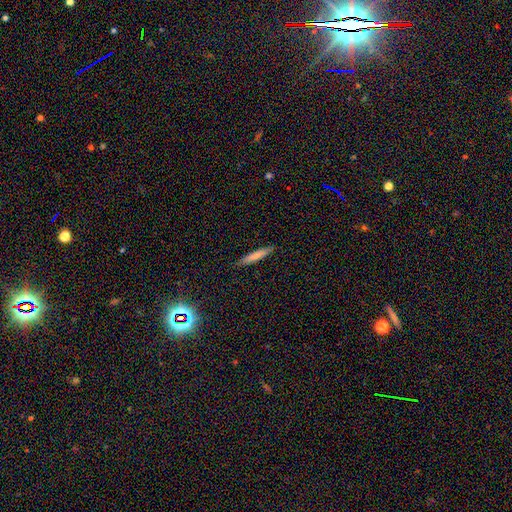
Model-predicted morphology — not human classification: A smooth galaxy with no disk features (76%) that is cigar-shaped (92%).

Vote fractions:
- Smooth or featured? smooth: 76% / featured or disk: 17% / star or artifact: 6%
- How rounded? cigar-shaped: 92% / in between: 6% / round: 1%
- Merging? none: 89% / minor disturbance: 8% / major disturbance: 2% / merger: 1%